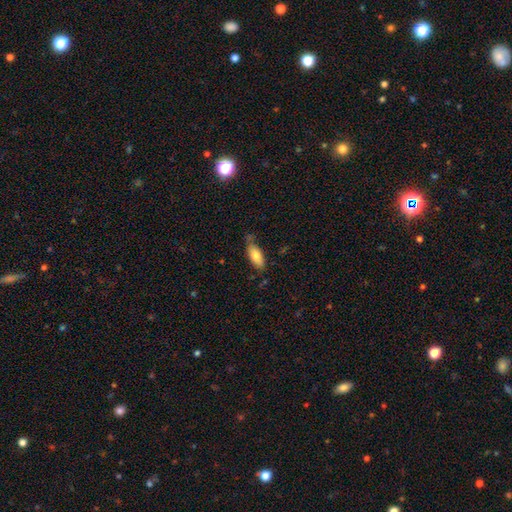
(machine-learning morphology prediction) Smooth or featured: smooth — 79% (featured or disk — 14%)
How rounded: in between — 81% (cigar-shaped — 17%)
Merging: none — 63% (minor disturbance — 26%)